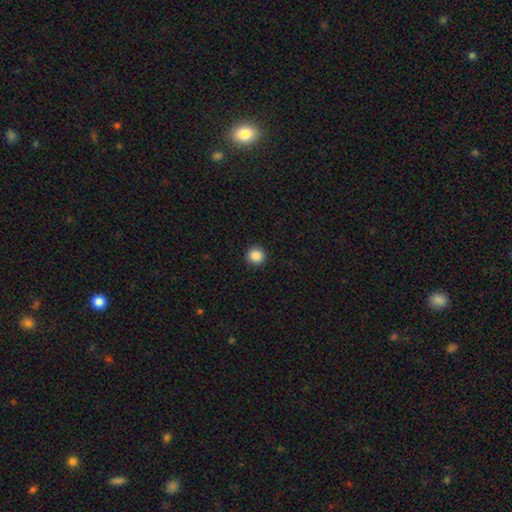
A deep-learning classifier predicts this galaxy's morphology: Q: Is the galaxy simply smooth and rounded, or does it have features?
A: smooth — 88%.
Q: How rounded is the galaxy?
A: round — 93%.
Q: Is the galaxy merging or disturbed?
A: none — 92%.